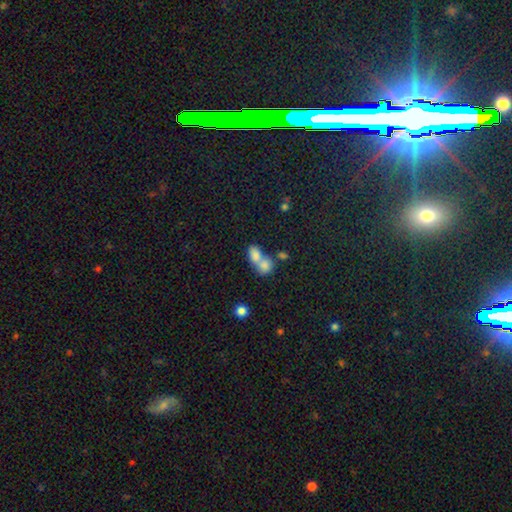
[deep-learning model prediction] This appears to be a smooth galaxy with no disk features (78%) that is in between round and cigar-shaped (73%). Merging: merger (71%).